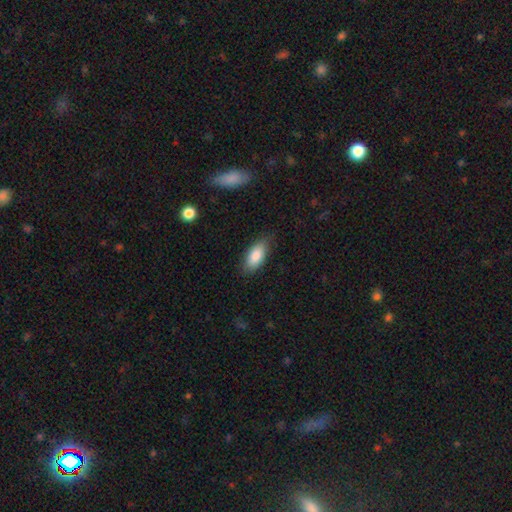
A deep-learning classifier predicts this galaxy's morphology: Smooth or featured? Predicted: smooth (p=0.85). How rounded? Predicted: in between (p=0.87). Merging? Predicted: none (p=0.79).